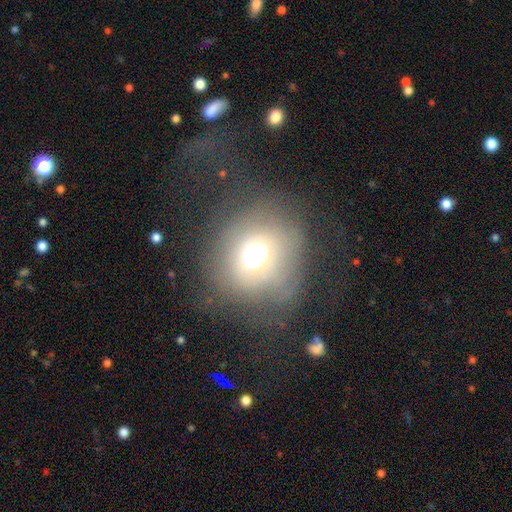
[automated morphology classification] The model was most divided on "merging": none: 51%, major disturbance: 25%, minor disturbance: 21%, merger: 3%. More confident: how rounded — round (82%); smooth or featured — smooth (61%).